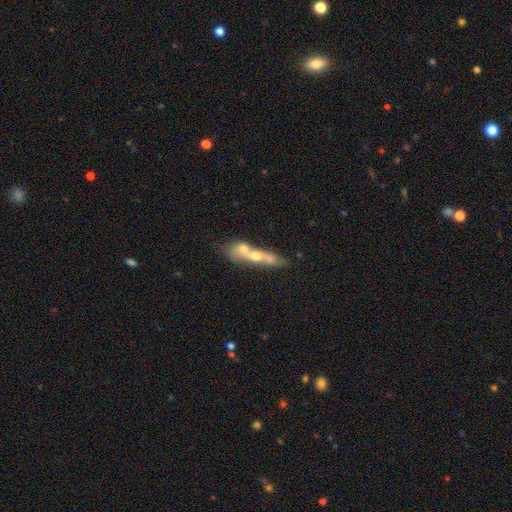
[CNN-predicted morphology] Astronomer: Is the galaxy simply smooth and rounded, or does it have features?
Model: featured or disk — 47% (runner-up: smooth, 44%).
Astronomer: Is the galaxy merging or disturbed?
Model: merger — 63%.